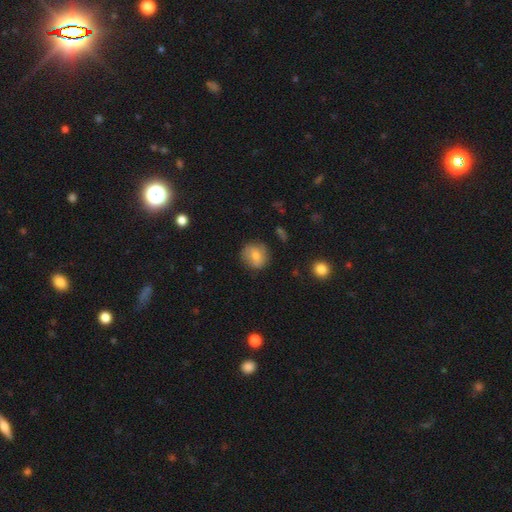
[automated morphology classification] type=smooth (72%); roundness=round (80%); merging=none (79%).